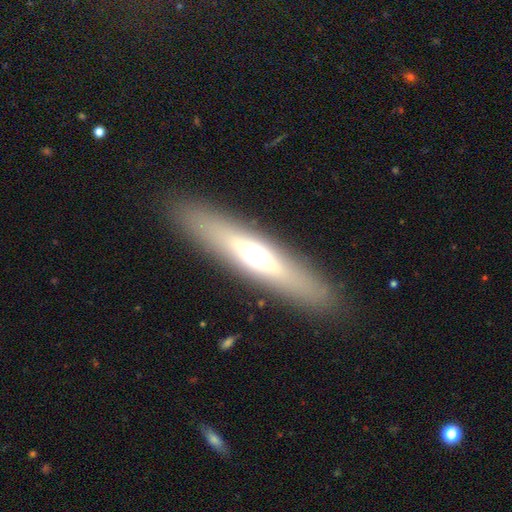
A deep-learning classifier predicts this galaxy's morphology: Smooth or featured: smooth — 47% (featured or disk — 45%)
Merging: none — 89% (minor disturbance — 7%)